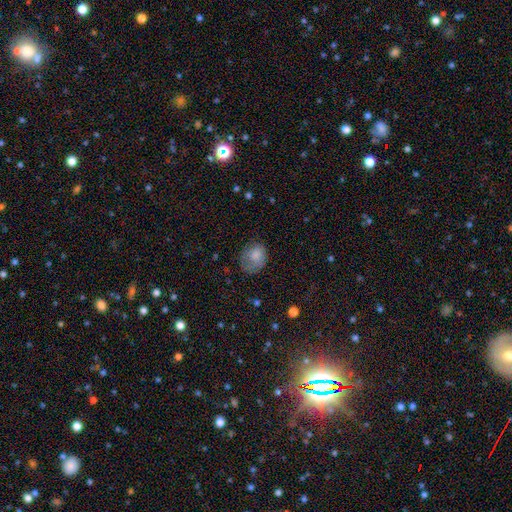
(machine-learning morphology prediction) Smooth or featured: smooth — 77% (featured or disk — 14%)
How rounded: round — 54% (in between — 45%)
Merging: none — 49% (minor disturbance — 30%)